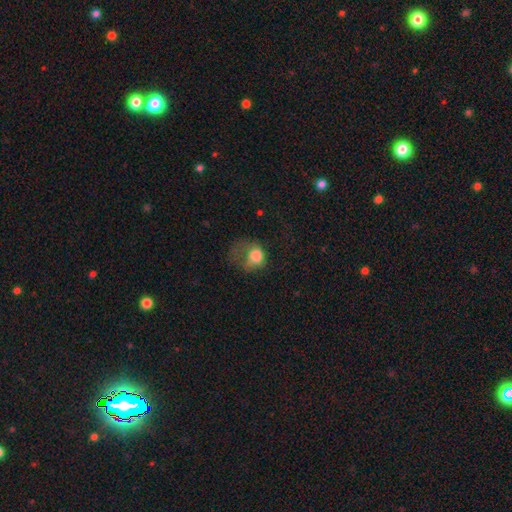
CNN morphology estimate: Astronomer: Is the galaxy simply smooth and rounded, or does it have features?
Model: smooth — 69%.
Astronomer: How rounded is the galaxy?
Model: round — 50% (runner-up: in between, 49%).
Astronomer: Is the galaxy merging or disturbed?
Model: major disturbance — 62%.